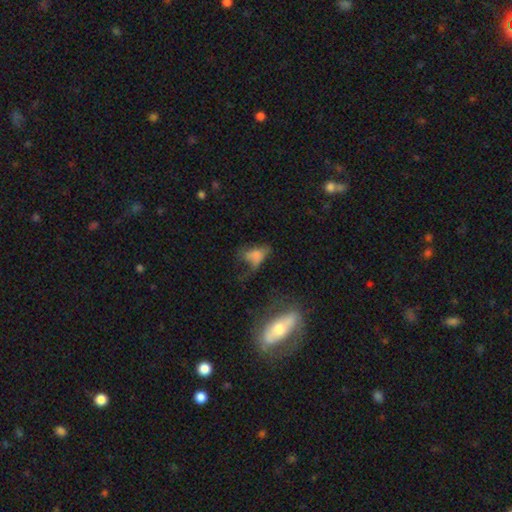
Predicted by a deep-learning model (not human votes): smooth_or_featured: smooth (p=0.57) [alt: featured or disk p=0.25]
how_rounded: in between (p=0.80) [alt: round p=0.15]
merging: major disturbance (p=0.46) [alt: none p=0.26]